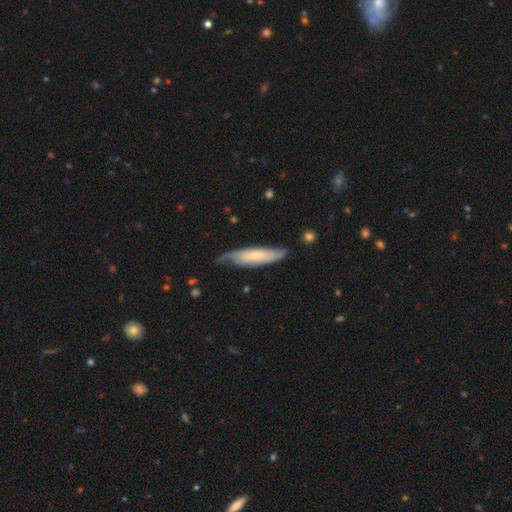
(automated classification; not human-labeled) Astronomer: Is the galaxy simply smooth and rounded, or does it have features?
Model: featured or disk — 54% (runner-up: smooth, 41%).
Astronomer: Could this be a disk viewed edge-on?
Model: no — 61% (runner-up: yes, 39%).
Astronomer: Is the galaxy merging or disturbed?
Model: none — 60%.